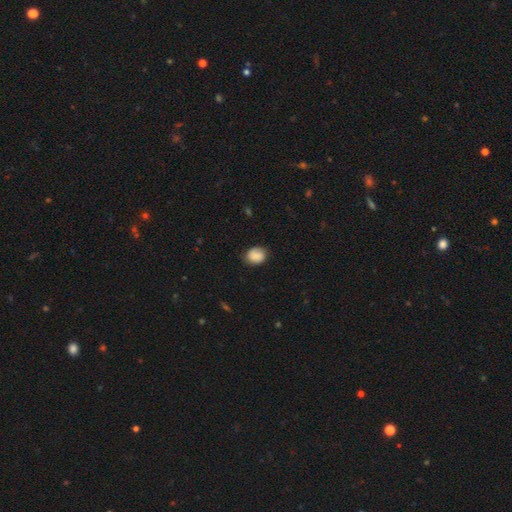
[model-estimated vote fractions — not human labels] smooth_or_featured: smooth (p=0.78) [alt: featured or disk p=0.14]
how_rounded: round (p=0.51) [alt: in between p=0.48]
merging: none (p=0.73) [alt: minor disturbance p=0.21]